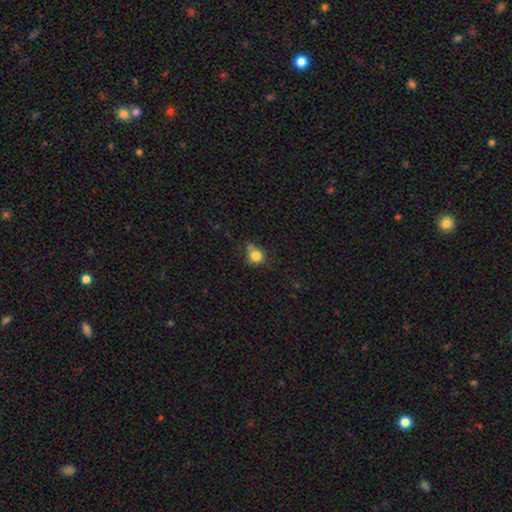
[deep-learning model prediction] Morphology: type=smooth (81%); roundness=round (83%); merging=none (57%).